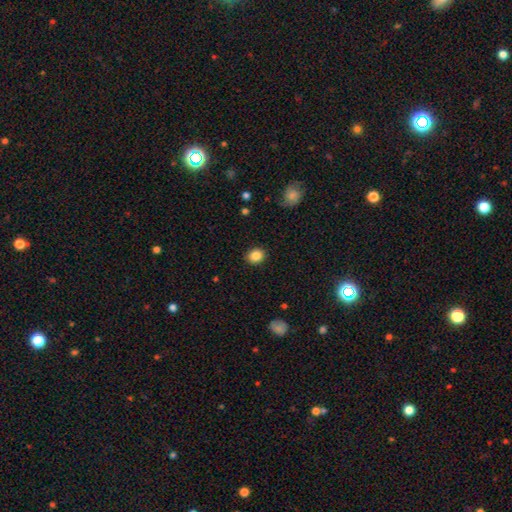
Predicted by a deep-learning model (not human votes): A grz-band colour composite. It shows a smooth galaxy with no disk features (87%) that is round (64%). Merging: none (89%).